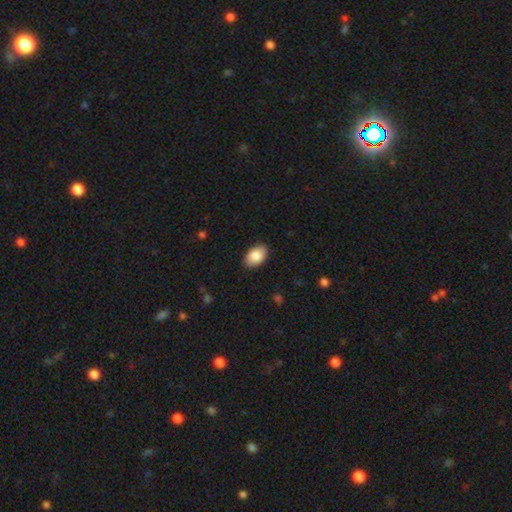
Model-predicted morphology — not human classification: This appears to be a smooth galaxy with no disk features (88%) that is in between round and cigar-shaped (92%). Merging: none (88%).